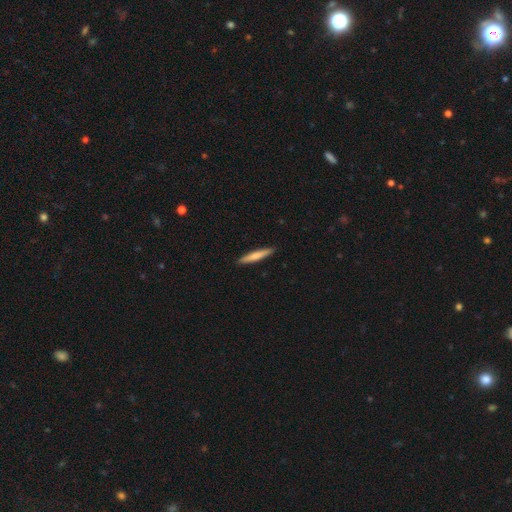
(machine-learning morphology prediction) This appears to be a smooth galaxy with no disk features (70%) that is cigar-shaped (93%). Merging: none (91%).